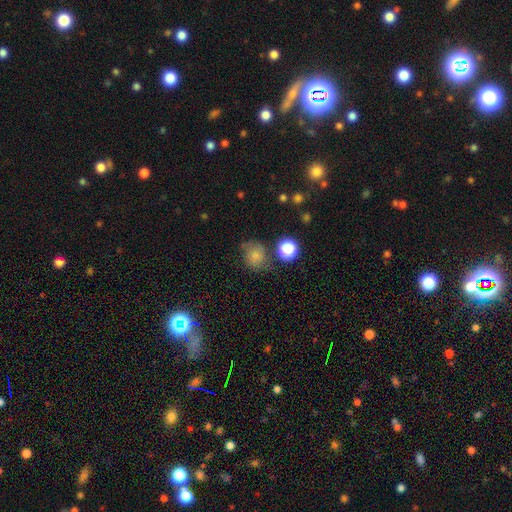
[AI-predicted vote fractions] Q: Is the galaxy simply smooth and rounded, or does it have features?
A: smooth — 73%.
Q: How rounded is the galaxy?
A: round — 69%.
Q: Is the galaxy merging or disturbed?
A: none — 56%.